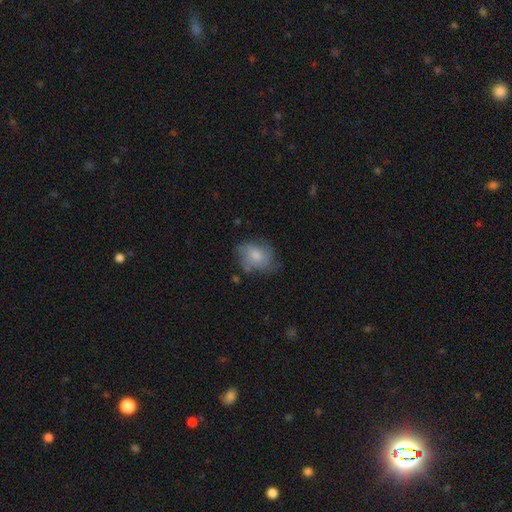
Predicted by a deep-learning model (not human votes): The model was most divided on "merging": none: 52%, minor disturbance: 29%, major disturbance: 15%, merger: 3%. More confident: smooth or featured — smooth (63%); how rounded — in between (61%).